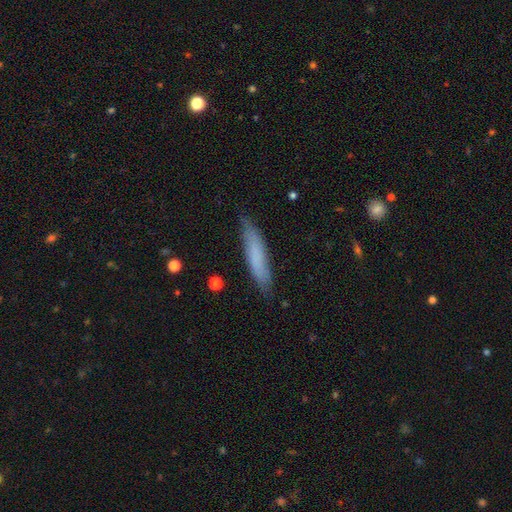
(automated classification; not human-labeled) This appears to be a smooth galaxy with no disk features (71%) that is cigar-shaped (82%). Merging: none (82%).